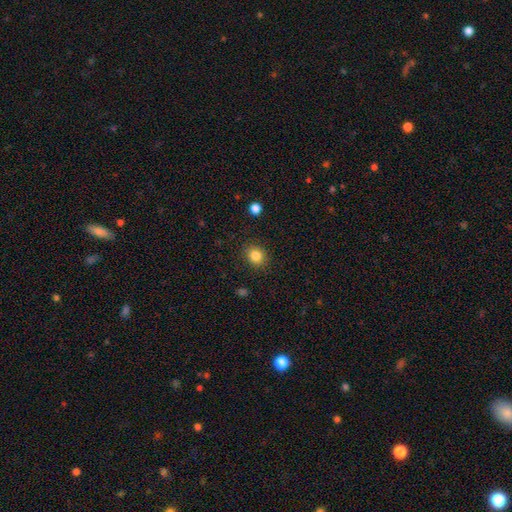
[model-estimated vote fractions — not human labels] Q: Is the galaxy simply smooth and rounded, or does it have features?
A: smooth — 83%.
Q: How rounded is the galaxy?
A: round — 73%.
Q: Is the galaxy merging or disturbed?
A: none — 89%.